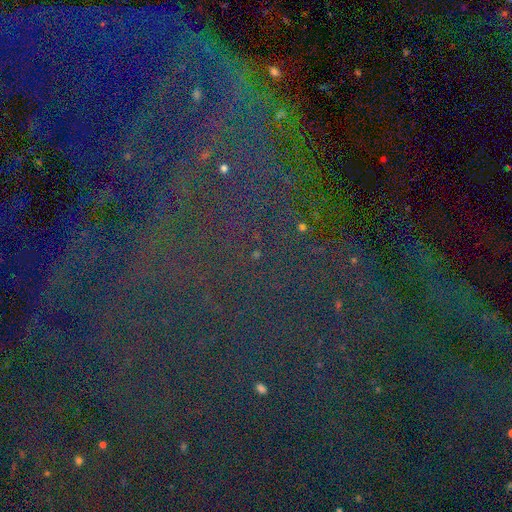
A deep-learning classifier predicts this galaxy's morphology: Overall: star or artifact (83%).